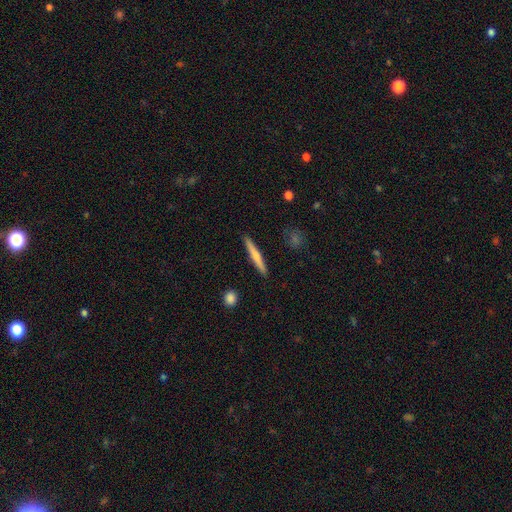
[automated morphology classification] Q: Smooth or featured?
A: smooth (55%); runner-up: featured or disk (40%)
Q: How rounded?
A: cigar-shaped (94%); runner-up: in between (4%)
Q: Merging?
A: none (91%); runner-up: minor disturbance (6%)